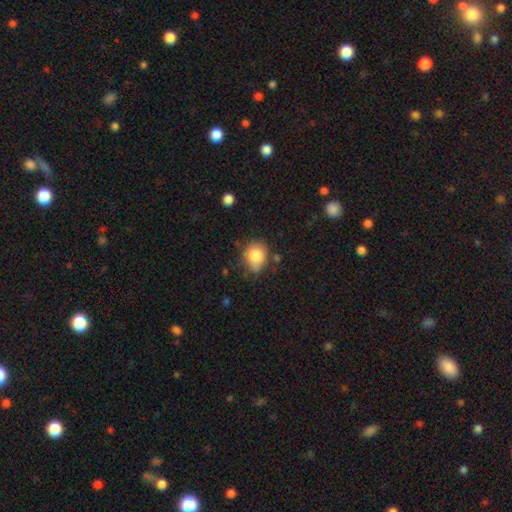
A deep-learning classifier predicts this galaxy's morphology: A smooth galaxy with no disk features (82%) that is round (64%).

Vote fractions:
- Smooth or featured? smooth: 82% / star or artifact: 9% / featured or disk: 9%
- How rounded? round: 64% / in between: 35% / cigar-shaped: 1%
- Merging? none: 66% / minor disturbance: 24% / major disturbance: 5% / merger: 5%